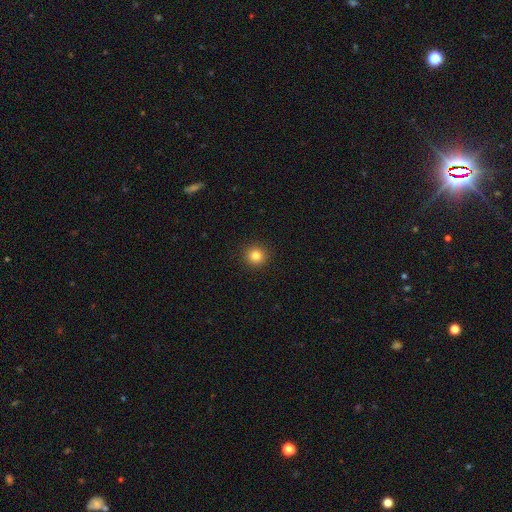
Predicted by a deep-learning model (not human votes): smooth-or-featured: smooth: 82% | star or artifact: 12% | featured or disk: 5%
  how-rounded: round: 94% | in between: 5% | cigar-shaped: 1%
  merging: none: 93% | minor disturbance: 5% | major disturbance: 2% | merger: 1%